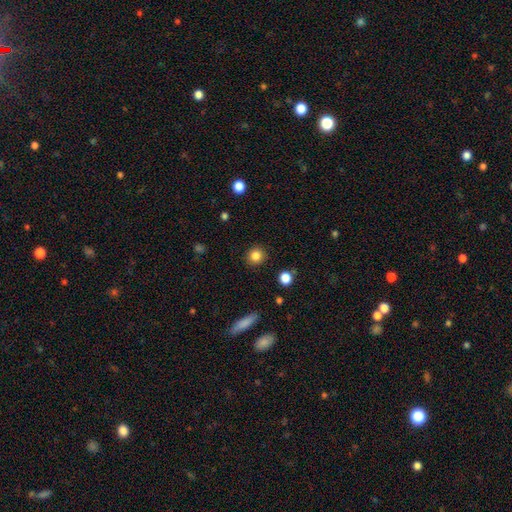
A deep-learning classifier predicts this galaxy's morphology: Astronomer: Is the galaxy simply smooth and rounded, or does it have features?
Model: smooth — 84%.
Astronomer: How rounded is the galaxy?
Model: round — 91%.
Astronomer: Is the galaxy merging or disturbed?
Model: none — 91%.